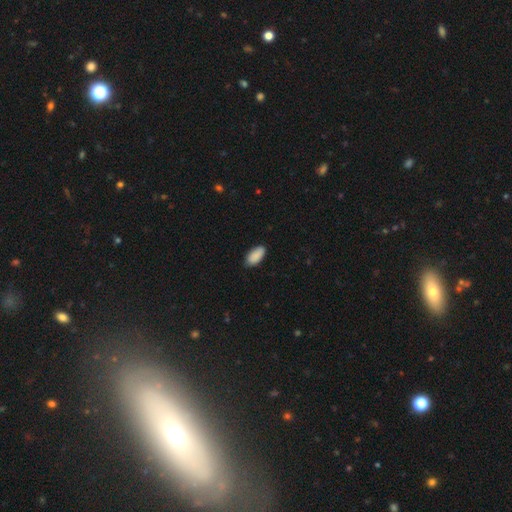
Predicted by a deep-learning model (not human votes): Overall: smooth (90%). How rounded: in between (93%). Merging: none (84%).